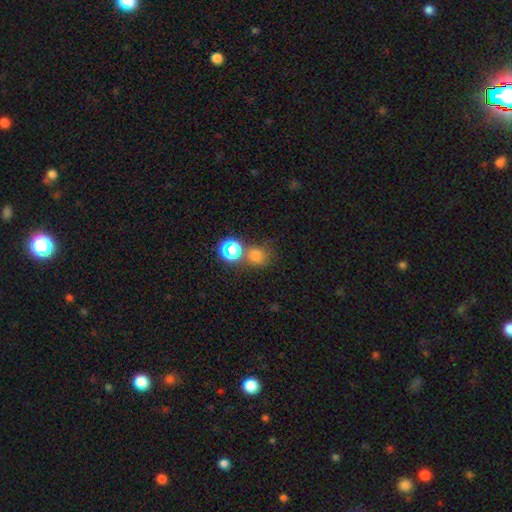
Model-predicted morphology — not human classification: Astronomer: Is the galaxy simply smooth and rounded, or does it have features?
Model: smooth — 70%.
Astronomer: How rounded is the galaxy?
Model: round — 83%.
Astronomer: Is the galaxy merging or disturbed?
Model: none — 57%.